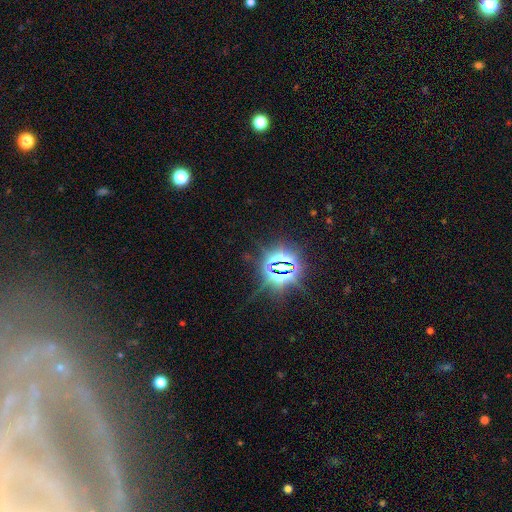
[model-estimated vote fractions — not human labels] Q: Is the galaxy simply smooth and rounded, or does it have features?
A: star or artifact — 78%.